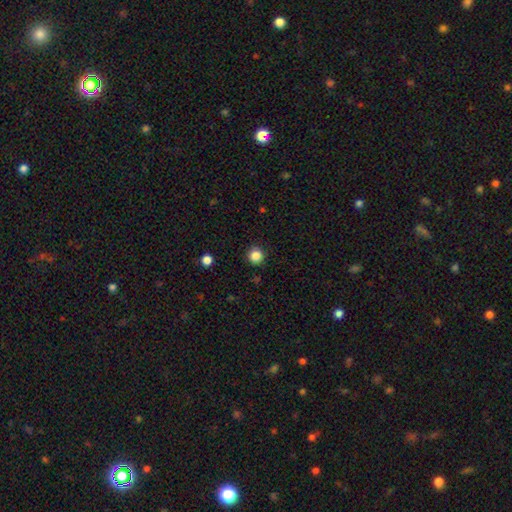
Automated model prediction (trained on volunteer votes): Smooth or featured? smooth (85%)
How rounded? round (94%)
Merging? none (91%)